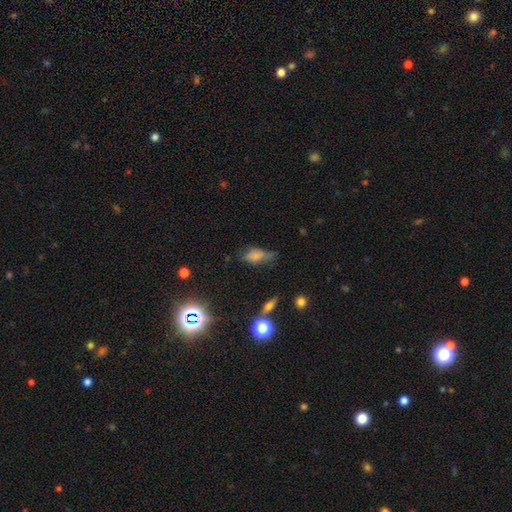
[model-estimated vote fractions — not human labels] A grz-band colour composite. It shows a smooth galaxy with no disk features (69%) that is in between round and cigar-shaped (81%). Merging: none (40%).